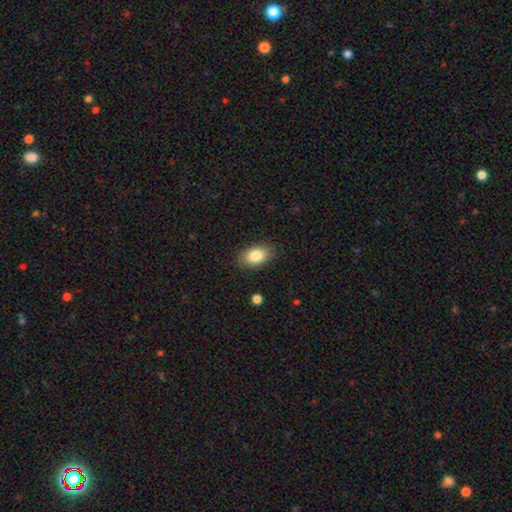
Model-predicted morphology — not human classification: Smooth or featured: smooth — 84% (featured or disk — 8%)
How rounded: in between — 88% (round — 11%)
Merging: none — 86% (minor disturbance — 11%)